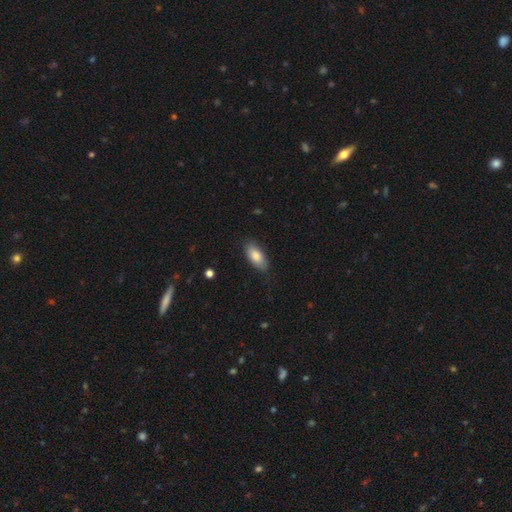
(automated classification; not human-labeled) A smooth galaxy with no disk features (83%) that is in between round and cigar-shaped (88%).

Vote fractions:
- Smooth or featured? smooth: 83% / featured or disk: 11% / star or artifact: 6%
- How rounded? in between: 88% / cigar-shaped: 10% / round: 2%
- Merging? none: 82% / minor disturbance: 15% / major disturbance: 3% / merger: 1%